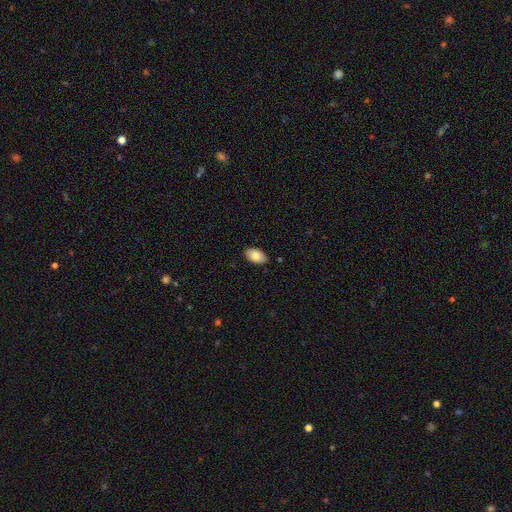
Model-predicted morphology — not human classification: The model was most divided on "smooth or featured": smooth: 84%, featured or disk: 10%, star or artifact: 7%. More confident: how rounded — in between (94%); merging — none (88%).